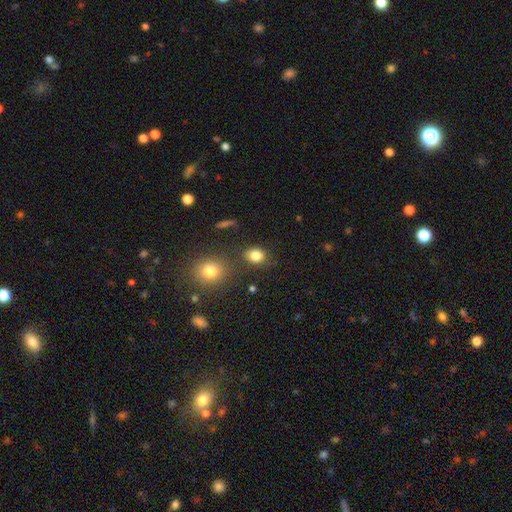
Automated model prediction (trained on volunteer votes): Smooth or featured?
  - smooth: 83% *
  - star or artifact: 11%
  - featured or disk: 6%
How rounded?
  - round: 50% *
  - in between: 49%
  - cigar-shaped: 1%
Merging?
  - none: 76% *
  - minor disturbance: 12%
  - merger: 7%
  - major disturbance: 4%